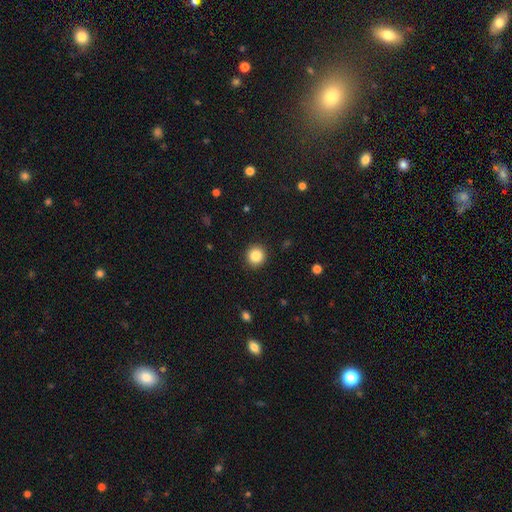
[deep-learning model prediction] Overall: smooth (85%). How rounded: round (93%). Merging: none (92%).